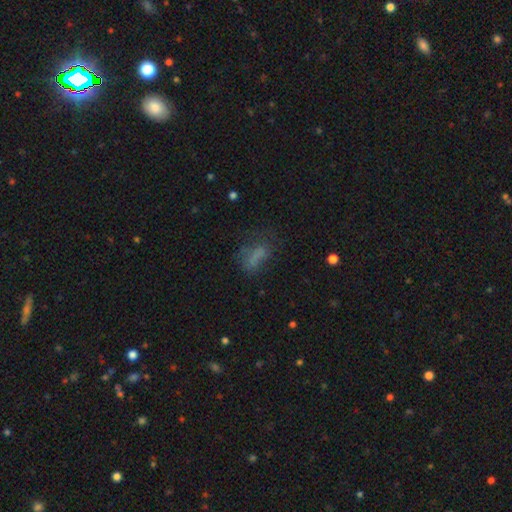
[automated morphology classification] The model was most divided on "merging": none: 41%, major disturbance: 29%, minor disturbance: 25%, merger: 5%. More confident: how rounded — in between (72%); smooth or featured — smooth (63%).